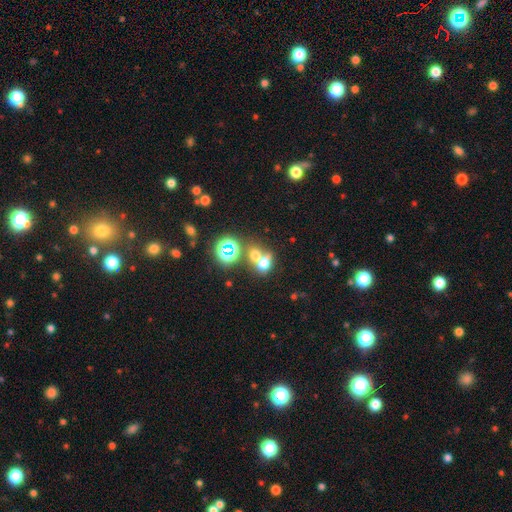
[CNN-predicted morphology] Smooth or featured? smooth (61%)
How rounded? round (63%)
Merging? merger (57%)